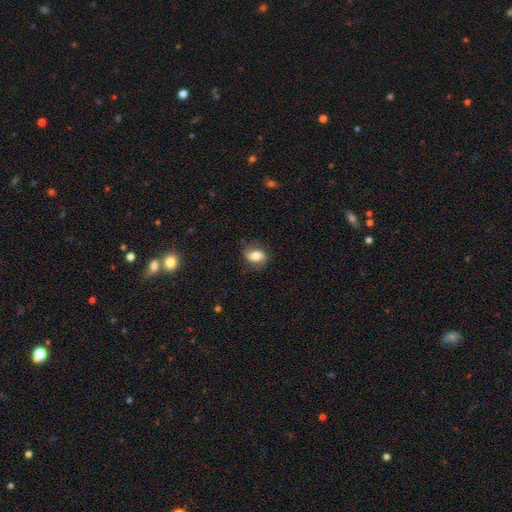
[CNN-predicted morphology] type=smooth (60%); roundness=in between (62%); merging=none (76%).